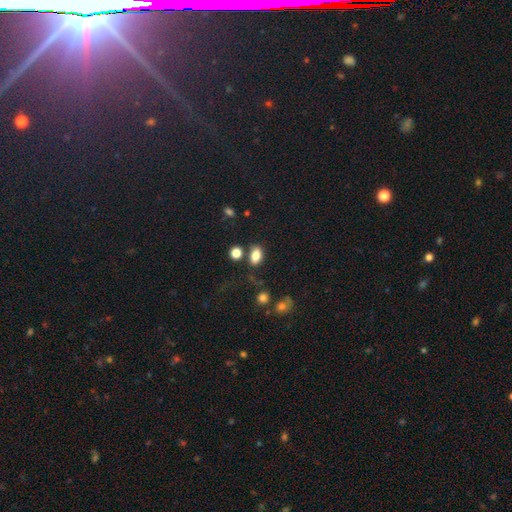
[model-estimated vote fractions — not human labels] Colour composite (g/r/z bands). It shows a smooth galaxy with no disk features (83%) that is in between round and cigar-shaped (86%). Merging: none (72%).